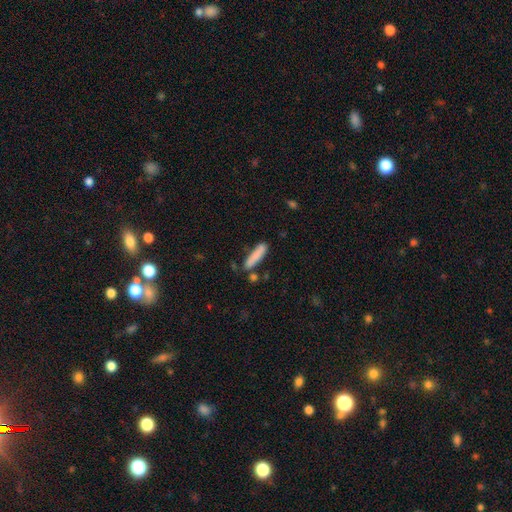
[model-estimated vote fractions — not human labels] A smooth galaxy with no disk features (83%) that is cigar-shaped (80%). Merging: none (72%).